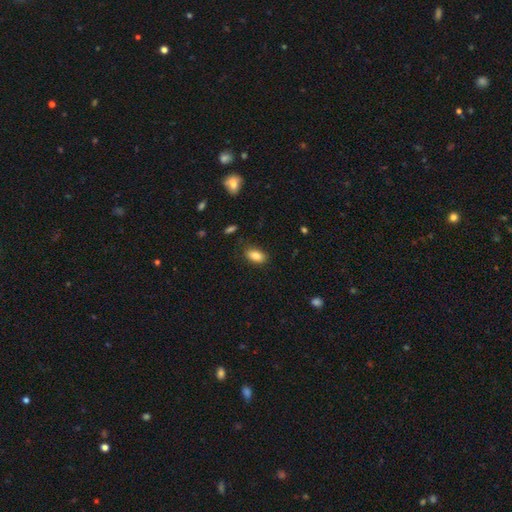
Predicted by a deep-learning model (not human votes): This appears to be a smooth galaxy with no disk features (85%) that is in between round and cigar-shaped (90%). Merging: none (85%).